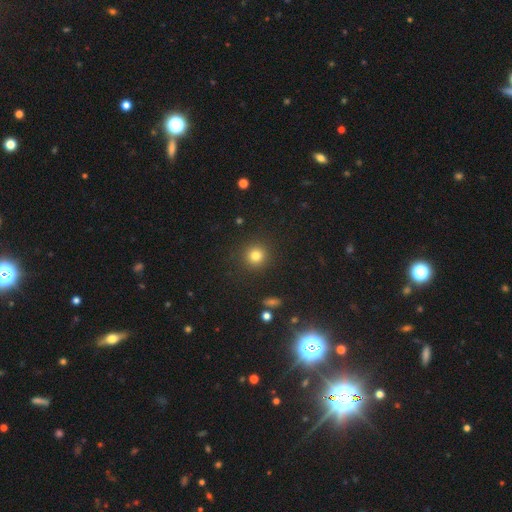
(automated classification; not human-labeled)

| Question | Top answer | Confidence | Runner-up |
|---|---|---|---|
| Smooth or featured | smooth | 80% | star or artifact (13%) |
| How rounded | round | 93% | in between (6%) |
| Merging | none | 90% | minor disturbance (6%) |